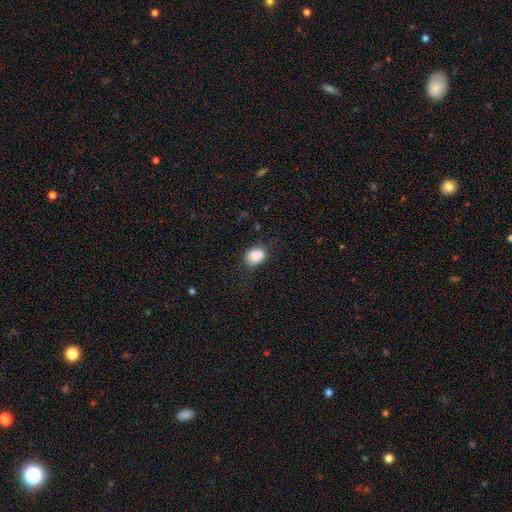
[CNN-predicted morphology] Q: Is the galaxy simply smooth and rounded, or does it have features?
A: smooth — 84%.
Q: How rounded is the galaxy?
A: in between — 55%.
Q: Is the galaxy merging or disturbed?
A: none — 60%.